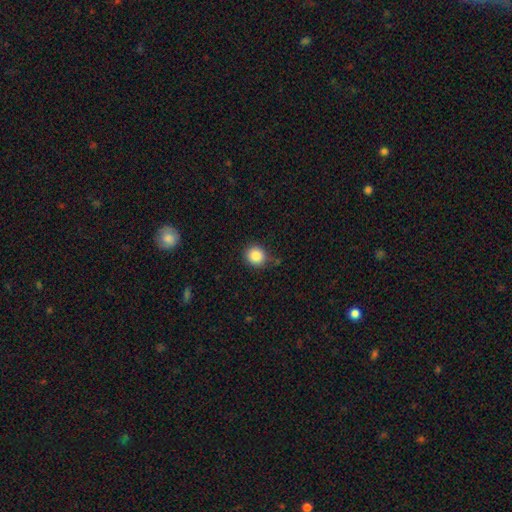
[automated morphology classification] Smooth or featured?
  - smooth: 86% *
  - star or artifact: 10%
  - featured or disk: 4%
How rounded?
  - round: 87% *
  - in between: 12%
  - cigar-shaped: 1%
Merging?
  - none: 81% *
  - minor disturbance: 13%
  - major disturbance: 3%
  - merger: 2%